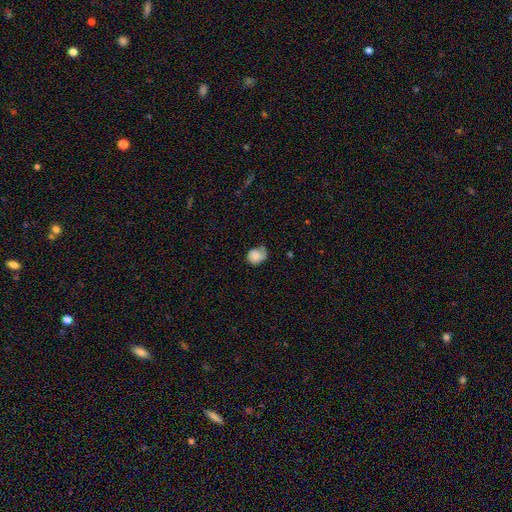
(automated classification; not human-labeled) smooth-or-featured: smooth: 72% | featured or disk: 20% | star or artifact: 8%
  how-rounded: round: 61% | in between: 38% | cigar-shaped: 1%
  merging: none: 45% | minor disturbance: 38% | major disturbance: 15% | merger: 2%